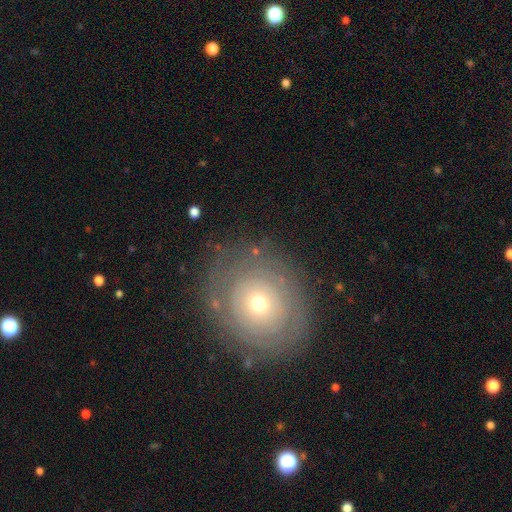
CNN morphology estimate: smooth_or_featured: featured or disk (p=0.53) [alt: smooth p=0.36]
disk_edge_on: no (p=0.96) [alt: yes p=0.04]
bar: no (p=0.90) [alt: weak p=0.07]
has_spiral_arms: no (p=0.54) [alt: yes p=0.46]
bulge_size: small (p=0.52) [alt: moderate p=0.43]
merging: none (p=0.80) [alt: minor disturbance p=0.12]